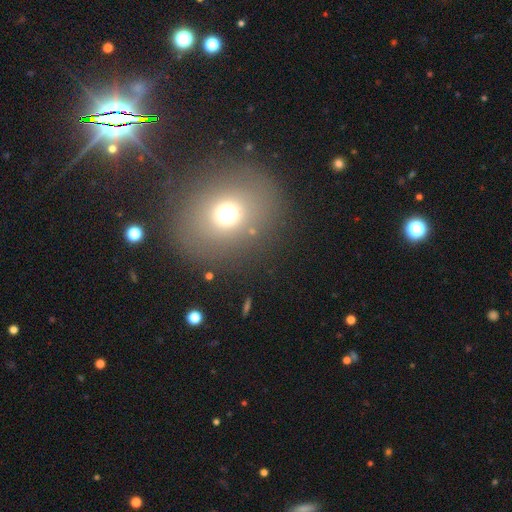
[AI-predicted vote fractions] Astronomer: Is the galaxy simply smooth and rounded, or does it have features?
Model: smooth — 49% (runner-up: star or artifact, 37%).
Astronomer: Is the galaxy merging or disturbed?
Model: none — 86%.